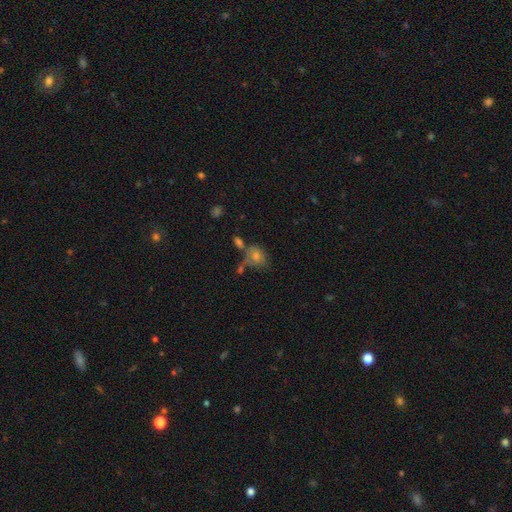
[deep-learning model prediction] Morphology: type=smooth (61%); roundness=round (62%); merging=none (54%).